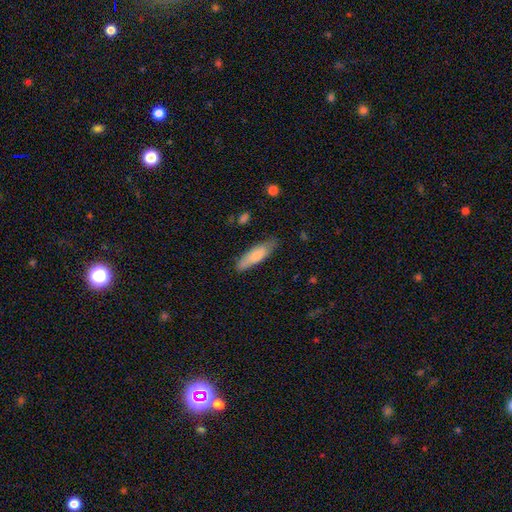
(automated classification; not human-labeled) Morphology: type=smooth (75%); roundness=cigar-shaped (55%); merging=none (75%).